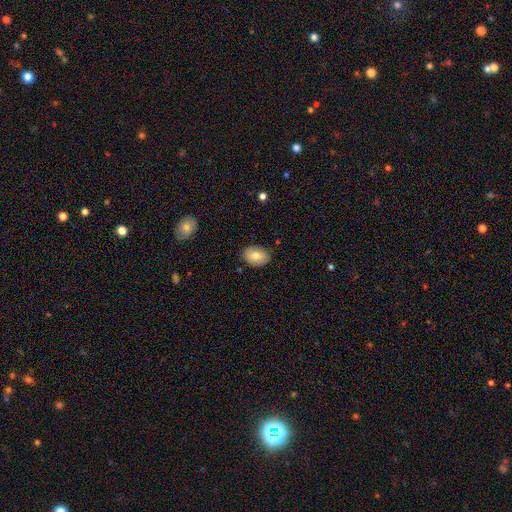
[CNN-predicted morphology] smooth_or_featured: smooth (p=0.76) [alt: featured or disk p=0.17]
how_rounded: in between (p=0.84) [alt: round p=0.15]
merging: none (p=0.86) [alt: minor disturbance p=0.10]